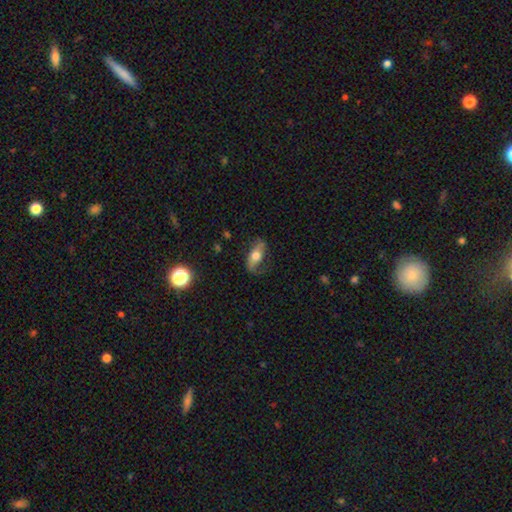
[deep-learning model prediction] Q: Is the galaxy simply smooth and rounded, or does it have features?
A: featured or disk — 48%.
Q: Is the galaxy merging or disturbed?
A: none — 66%.